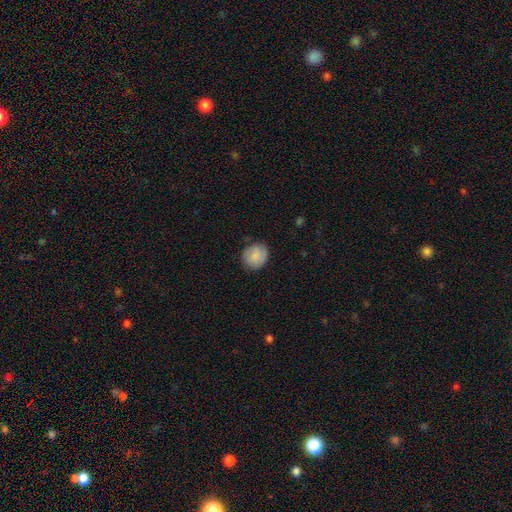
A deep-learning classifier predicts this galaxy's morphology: type=smooth (78%); roundness=round (77%); merging=none (79%).